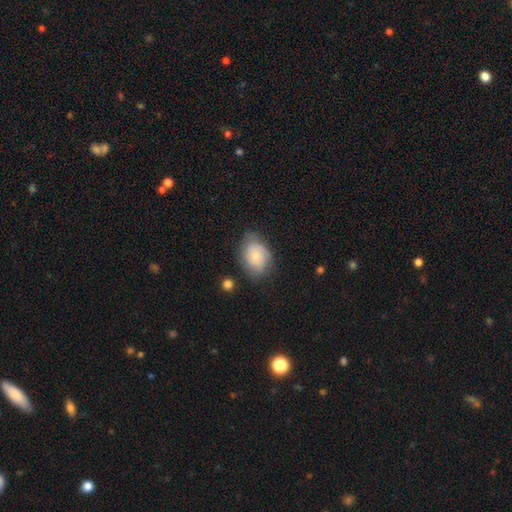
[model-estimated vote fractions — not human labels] smooth_or_featured: smooth (p=0.55) [alt: featured or disk p=0.38]
how_rounded: in between (p=0.69) [alt: round p=0.29]
merging: none (p=0.65) [alt: minor disturbance p=0.25]